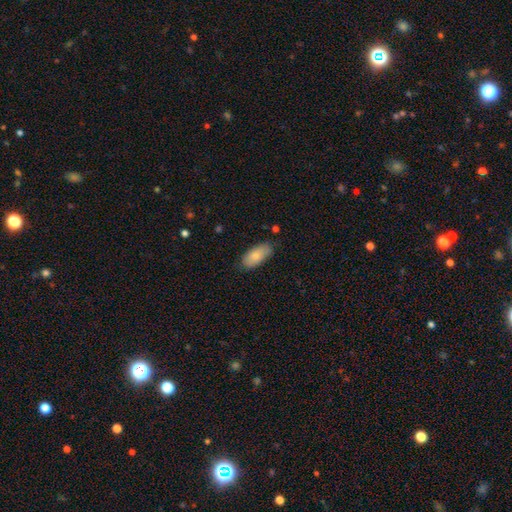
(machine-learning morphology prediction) type=smooth (81%); roundness=in between (90%); merging=none (79%).